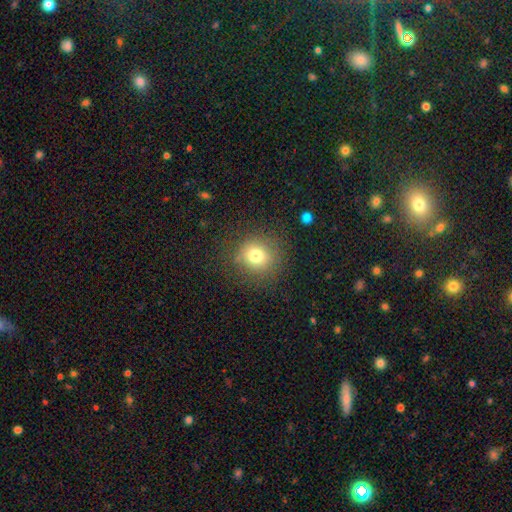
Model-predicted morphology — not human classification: Smooth or featured? Predicted: smooth (p=0.76). How rounded? Predicted: round (p=0.88). Merging? Predicted: none (p=0.83).